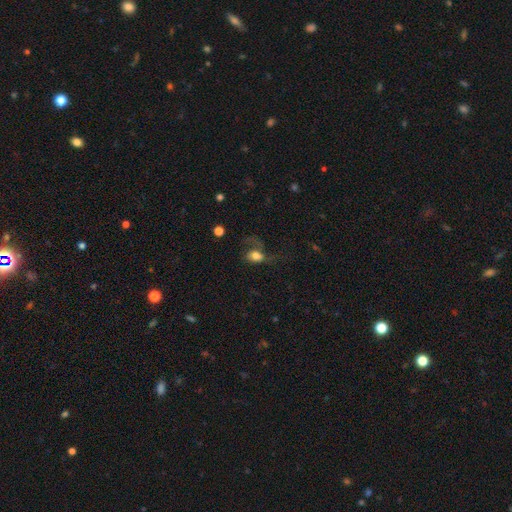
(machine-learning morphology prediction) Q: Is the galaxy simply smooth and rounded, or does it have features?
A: smooth — 64%.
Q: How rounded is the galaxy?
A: in between — 65%.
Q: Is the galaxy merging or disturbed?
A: major disturbance — 54%.